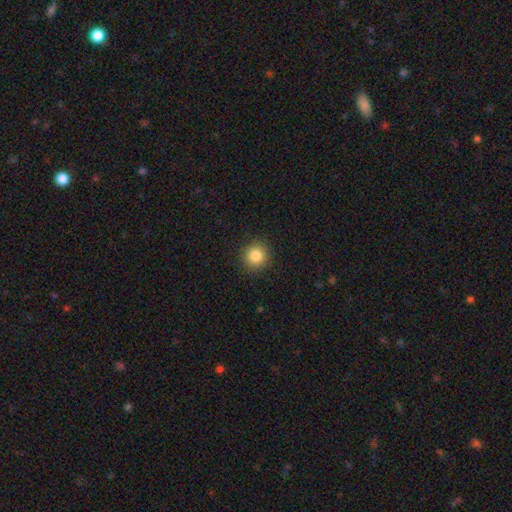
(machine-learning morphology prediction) smooth 85%, star or artifact 10%, featured or disk 5%. Down the decision tree: how rounded — round (93%); merging — none (91%).